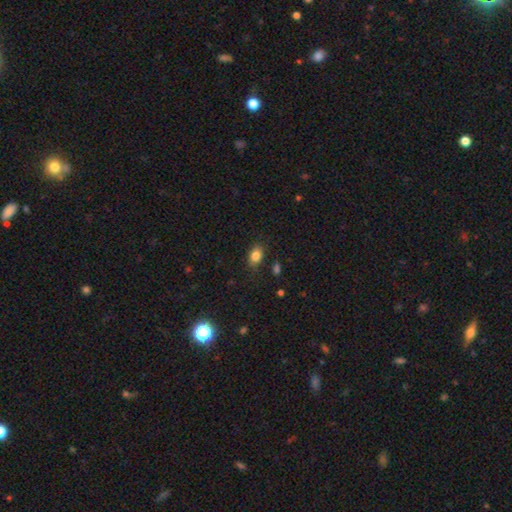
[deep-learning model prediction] This is clearly a smooth galaxy (84%). How rounded: clearly in between (81%). Merging: clearly none (83%).